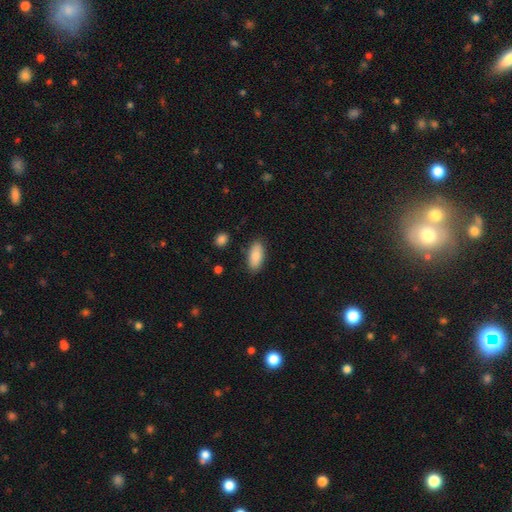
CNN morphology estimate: This appears to be a smooth galaxy with no disk features (84%) that is in between round and cigar-shaped (88%). Merging: none (85%).